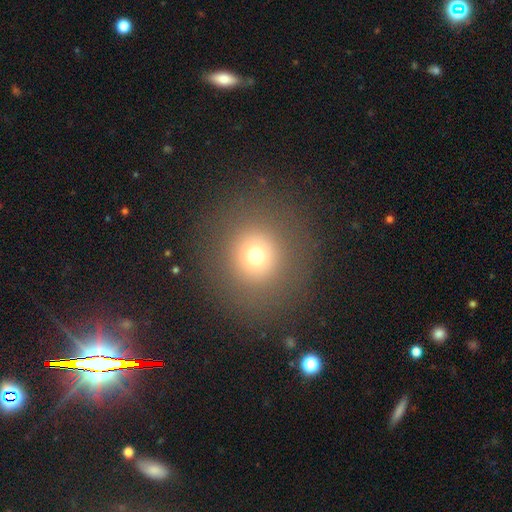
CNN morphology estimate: smooth_or_featured: smooth (p=0.70) [alt: star or artifact p=0.18]
how_rounded: round (p=0.90) [alt: in between p=0.09]
merging: none (p=0.87) [alt: minor disturbance p=0.07]